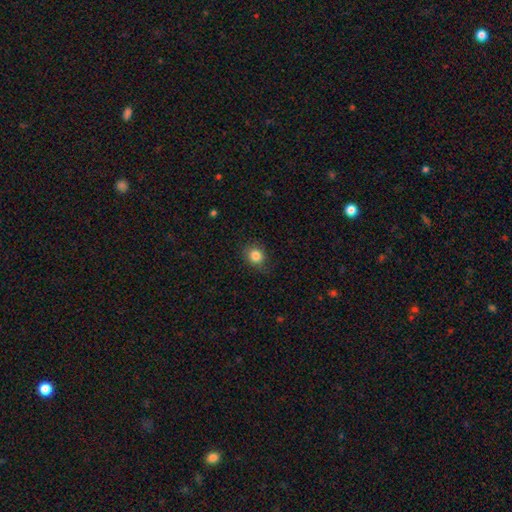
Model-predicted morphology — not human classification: A smooth galaxy with no disk features (84%) that is round (69%).

Vote fractions:
- Smooth or featured? smooth: 84% / star or artifact: 10% / featured or disk: 6%
- How rounded? round: 69% / in between: 30% / cigar-shaped: 1%
- Merging? none: 78% / minor disturbance: 17% / major disturbance: 4% / merger: 1%